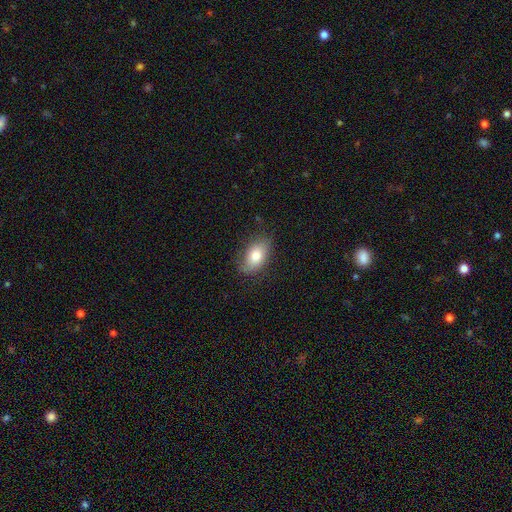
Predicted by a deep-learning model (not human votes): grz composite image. It shows a smooth galaxy with no disk features (76%) that is in between round and cigar-shaped (90%). Merging: none (75%).